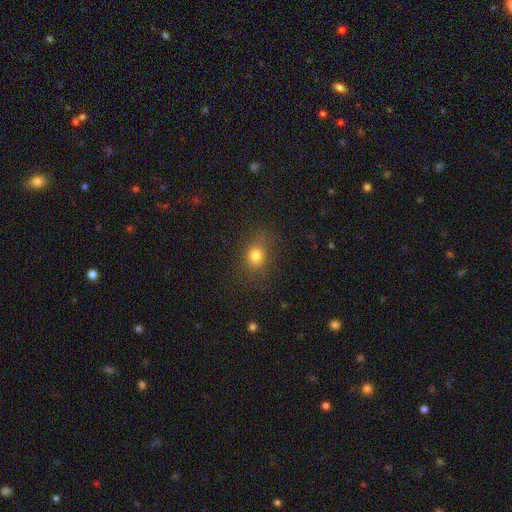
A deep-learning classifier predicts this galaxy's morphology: type=smooth (78%); roundness=round (67%); merging=none (79%).